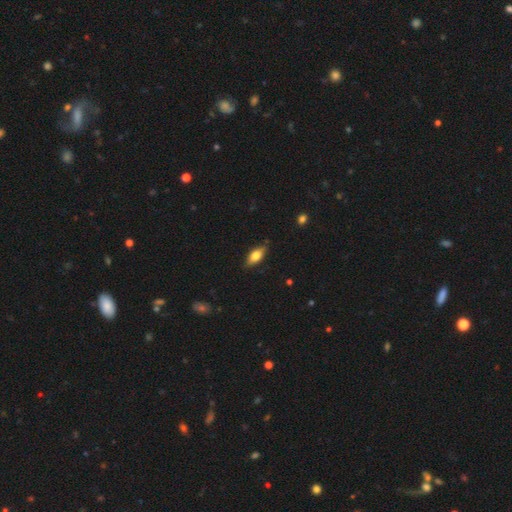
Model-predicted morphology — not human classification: The model was most divided on "smooth or featured": smooth: 70%, featured or disk: 24%, star or artifact: 7%. More confident: merging — none (82%); how rounded — in between (80%).